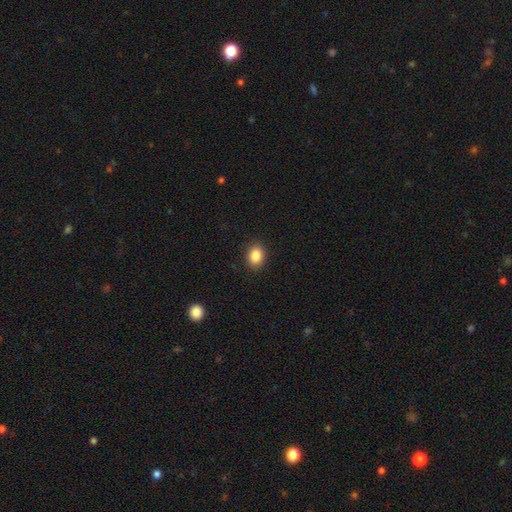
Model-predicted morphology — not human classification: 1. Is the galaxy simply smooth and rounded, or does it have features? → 86% smooth, 9% star or artifact, 5% featured or disk.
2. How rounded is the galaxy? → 58% in between, 41% round, 1% cigar-shaped.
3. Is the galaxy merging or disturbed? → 90% none, 7% minor disturbance, 2% major disturbance, 1% merger.